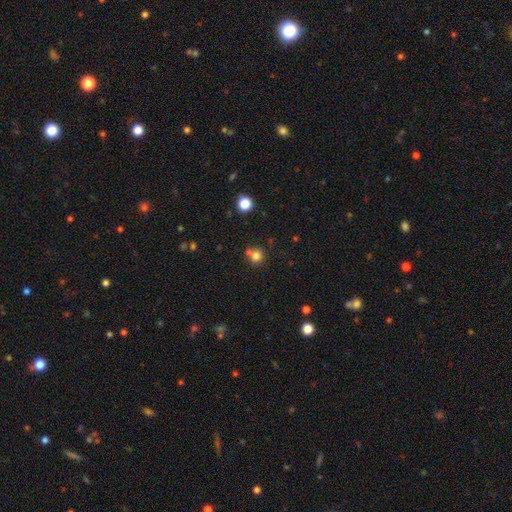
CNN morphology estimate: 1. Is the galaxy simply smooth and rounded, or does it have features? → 77% smooth, 15% star or artifact, 8% featured or disk.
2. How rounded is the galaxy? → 91% round, 8% in between, 1% cigar-shaped.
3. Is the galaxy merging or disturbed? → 62% none, 27% merger, 8% minor disturbance, 3% major disturbance.